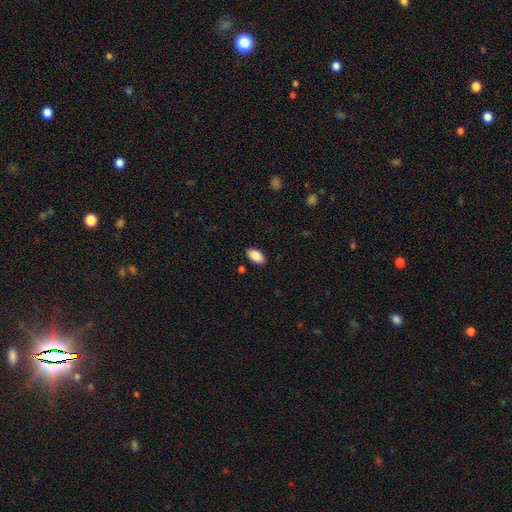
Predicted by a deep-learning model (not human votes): Q: Smooth or featured?
A: smooth (89%); runner-up: star or artifact (7%)
Q: How rounded?
A: in between (94%); runner-up: round (4%)
Q: Merging?
A: none (88%); runner-up: minor disturbance (9%)